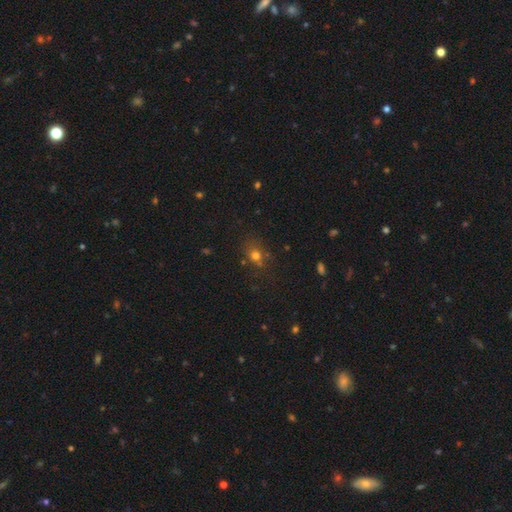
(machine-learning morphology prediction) The model was most divided on "how rounded": round: 64%, in between: 34%, cigar-shaped: 2%. More confident: smooth or featured — smooth (70%); merging — none (69%).